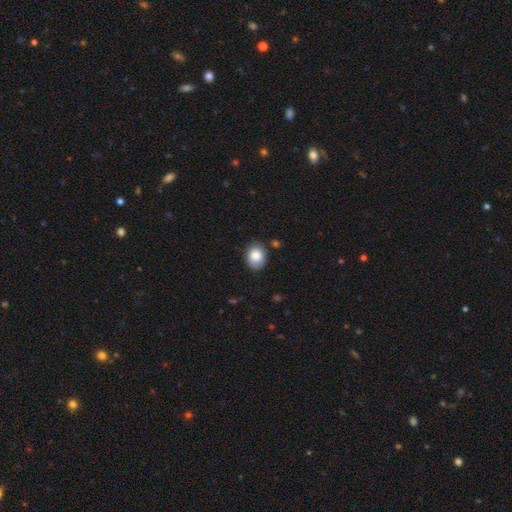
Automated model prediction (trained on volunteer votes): The model was most divided on "how rounded": in between: 59%, round: 40%, cigar-shaped: 1%. More confident: smooth or featured — smooth (84%); merging — none (80%).